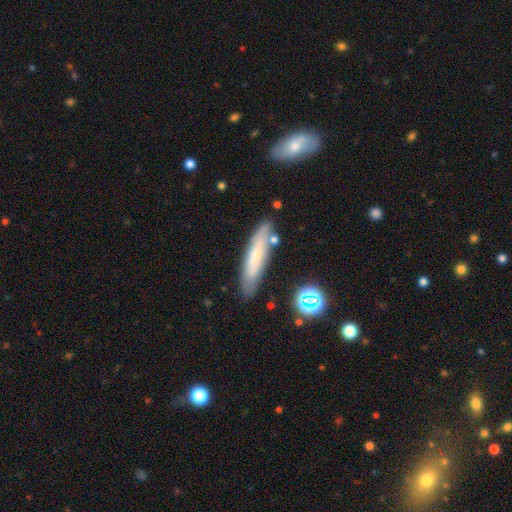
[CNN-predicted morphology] Q: Smooth or featured?
A: smooth (60%); runner-up: featured or disk (31%)
Q: How rounded?
A: cigar-shaped (82%); runner-up: in between (17%)
Q: Merging?
A: none (77%); runner-up: minor disturbance (15%)